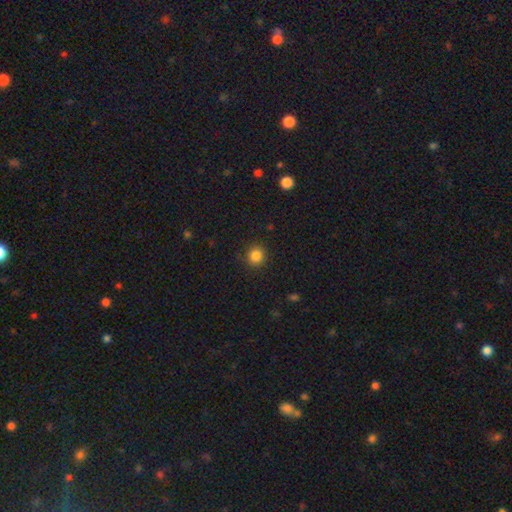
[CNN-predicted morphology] A smooth galaxy with no disk features (85%) that is round (91%).

Vote fractions:
- Smooth or featured? smooth: 85% / star or artifact: 11% / featured or disk: 4%
- How rounded? round: 91% / in between: 9% / cigar-shaped: 1%
- Merging? none: 89% / minor disturbance: 8% / major disturbance: 3% / merger: 1%